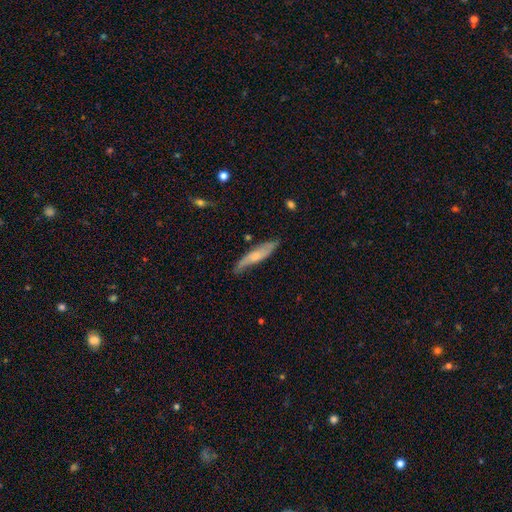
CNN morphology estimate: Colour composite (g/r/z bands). It shows a smooth galaxy with no disk features (51%) that is cigar-shaped (81%). Merging: none (71%).